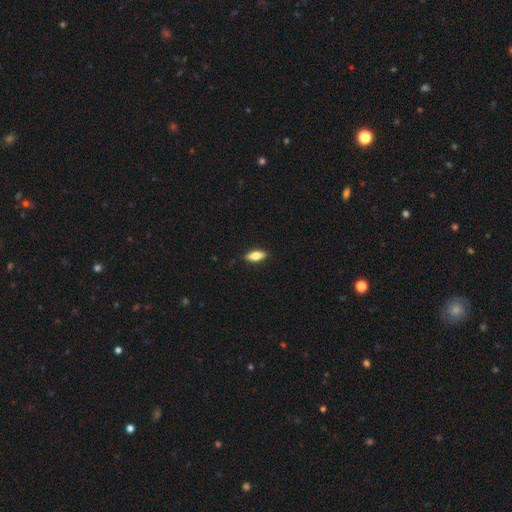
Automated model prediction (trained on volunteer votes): Overall: smooth (72%). How rounded: in between (76%). Merging: none (87%).